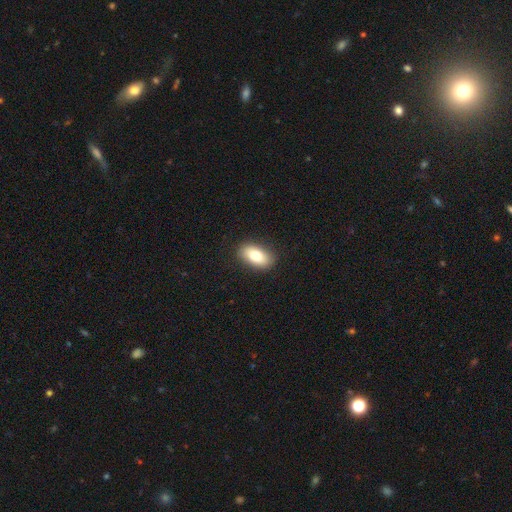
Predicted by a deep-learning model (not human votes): Overall: smooth (79%). How rounded: in between (92%). Merging: none (87%).